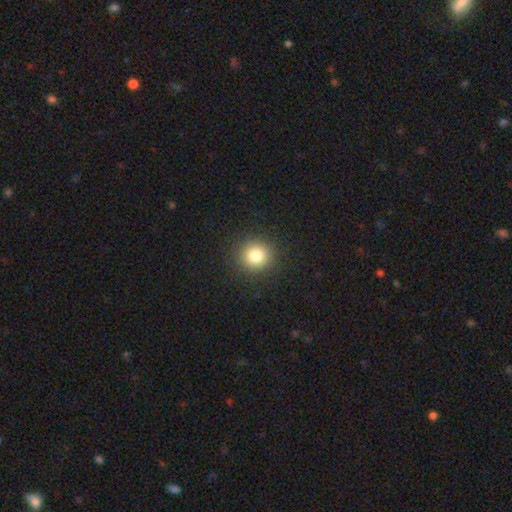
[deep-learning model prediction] Q: Smooth or featured?
A: smooth (81%); runner-up: star or artifact (12%)
Q: How rounded?
A: round (91%); runner-up: in between (8%)
Q: Merging?
A: none (91%); runner-up: minor disturbance (6%)